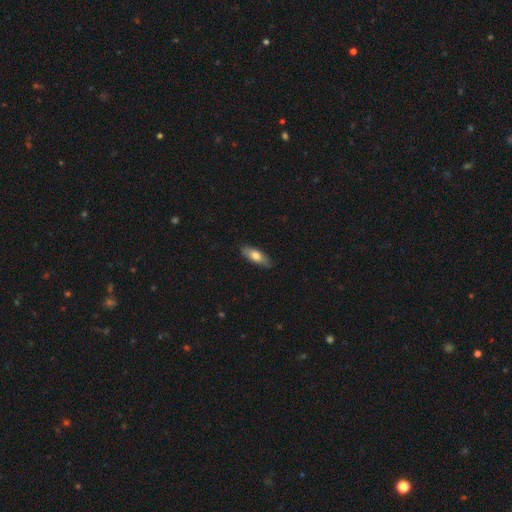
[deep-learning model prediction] A smooth galaxy with no disk features (70%) that is in between round and cigar-shaped (64%). Merging: none (86%).